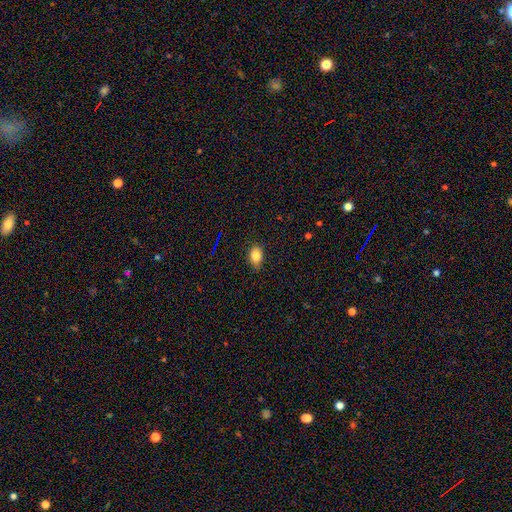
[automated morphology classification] A smooth galaxy with no disk features (82%) that is in between round and cigar-shaped (75%). Merging: none (79%).